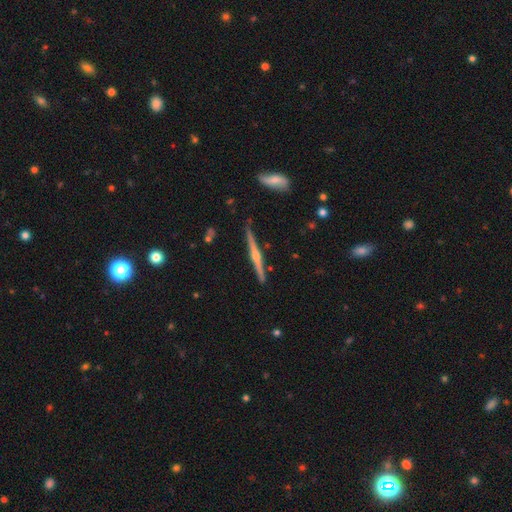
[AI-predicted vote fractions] Overall: featured or disk (82%). Edge-on disk: yes (98%). Edge-on bulge: rounded (88%). Merging: none (90%).